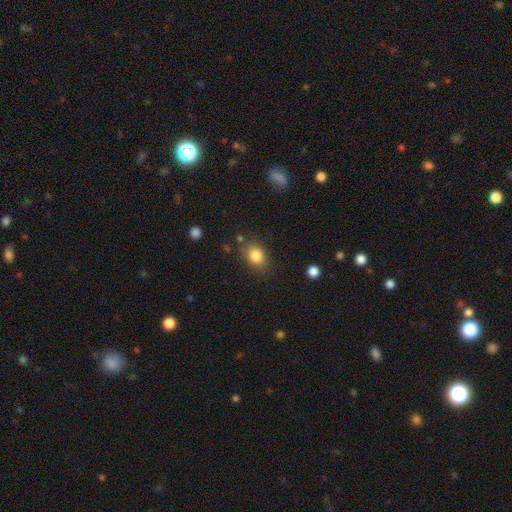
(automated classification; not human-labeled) Smooth or featured? smooth (84%)
How rounded? in between (62%)
Merging? none (77%)